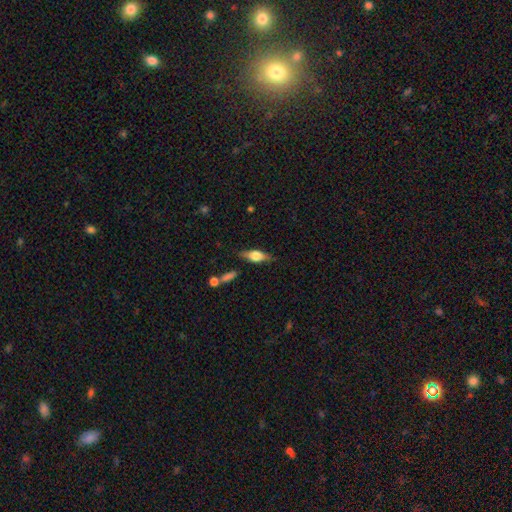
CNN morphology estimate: Q: Smooth or featured?
A: smooth (49%); runner-up: featured or disk (44%)
Q: Merging?
A: none (76%); runner-up: minor disturbance (16%)